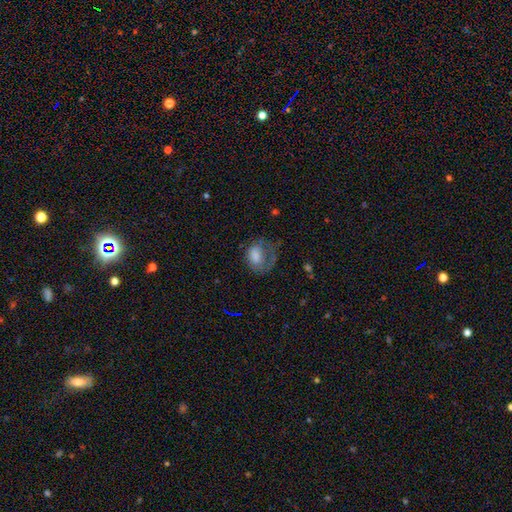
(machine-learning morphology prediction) Q: Smooth or featured?
A: smooth (62%); runner-up: featured or disk (29%)
Q: How rounded?
A: in between (60%); runner-up: round (39%)
Q: Merging?
A: major disturbance (43%); runner-up: none (31%)